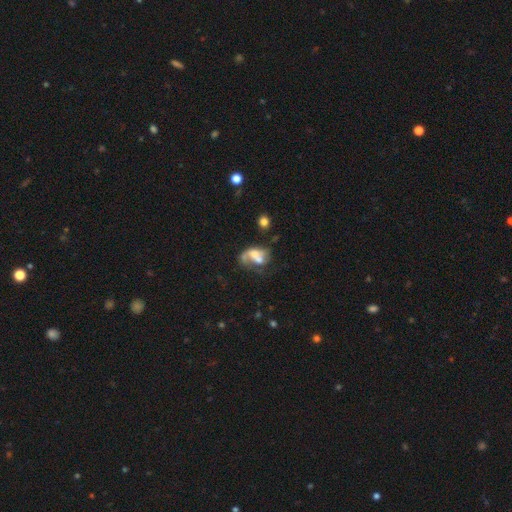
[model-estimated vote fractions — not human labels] This appears to be a featured or disk galaxy (52%) with no bar (74%), no spiral arms (62%) and a moderate central bulge (37%). Merging: merger (40%).